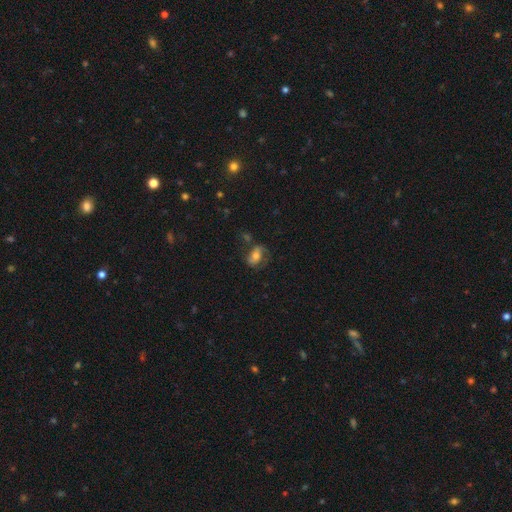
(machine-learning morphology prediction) Smooth or featured?
  - featured or disk: 47% *
  - smooth: 44%
  - star or artifact: 9%
Merging?
  - none: 52% *
  - minor disturbance: 23%
  - major disturbance: 19%
  - merger: 7%